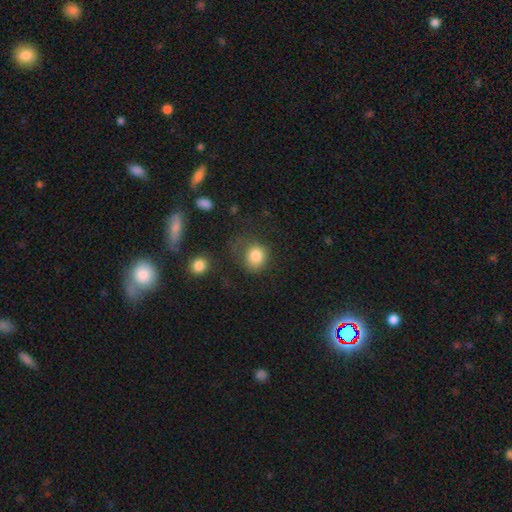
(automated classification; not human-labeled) smooth-or-featured: smooth: 83% | star or artifact: 10% | featured or disk: 7%
  how-rounded: round: 73% | in between: 26% | cigar-shaped: 1%
  merging: none: 57% | minor disturbance: 23% | major disturbance: 16% | merger: 4%